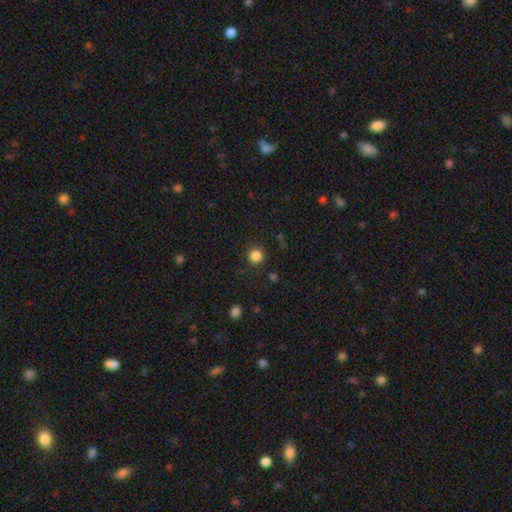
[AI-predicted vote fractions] The model was most divided on "smooth or featured": smooth: 85%, star or artifact: 12%, featured or disk: 3%. More confident: how rounded — round (94%); merging — none (89%).